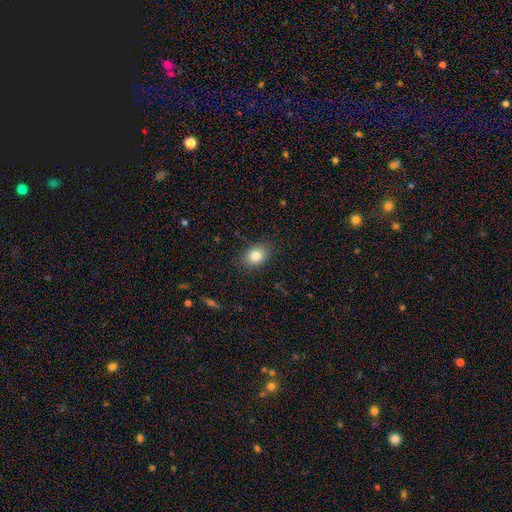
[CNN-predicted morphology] Q: Smooth or featured?
A: smooth (83%); runner-up: star or artifact (9%)
Q: How rounded?
A: in between (71%); runner-up: round (28%)
Q: Merging?
A: none (86%); runner-up: minor disturbance (10%)